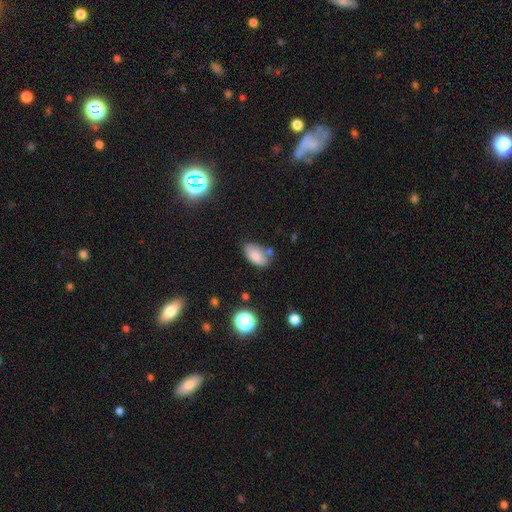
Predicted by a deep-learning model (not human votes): Smooth or featured?
  - smooth: 81% *
  - featured or disk: 10%
  - star or artifact: 9%
How rounded?
  - in between: 93% *
  - round: 5%
  - cigar-shaped: 2%
Merging?
  - none: 63% *
  - minor disturbance: 22%
  - merger: 9%
  - major disturbance: 5%